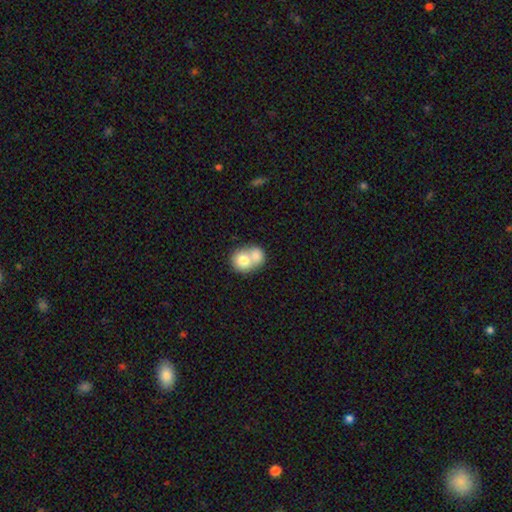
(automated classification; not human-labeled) This appears to be a smooth galaxy with no disk features (75%) that is round (69%). Merging: merger (70%).